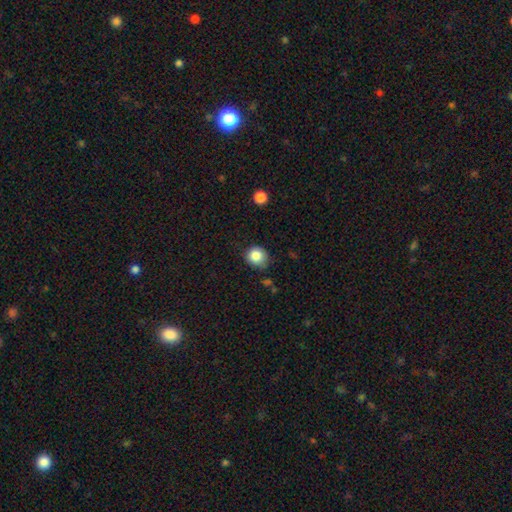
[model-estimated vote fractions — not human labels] The model was most divided on "merging": none: 76%, minor disturbance: 18%, major disturbance: 3%, merger: 2%. More confident: smooth or featured — smooth (85%); how rounded — round (84%).